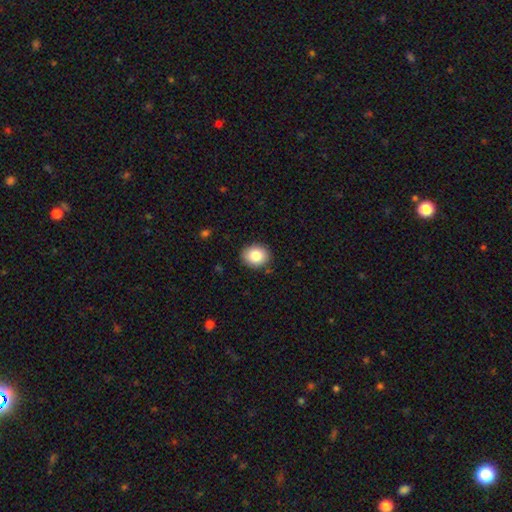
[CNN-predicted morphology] type=smooth (84%); roundness=round (62%); merging=none (88%).